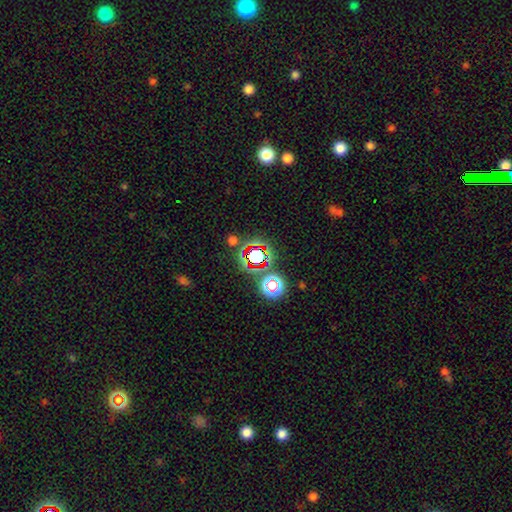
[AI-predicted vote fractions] Smooth or featured? Predicted: star or artifact (p=0.63).